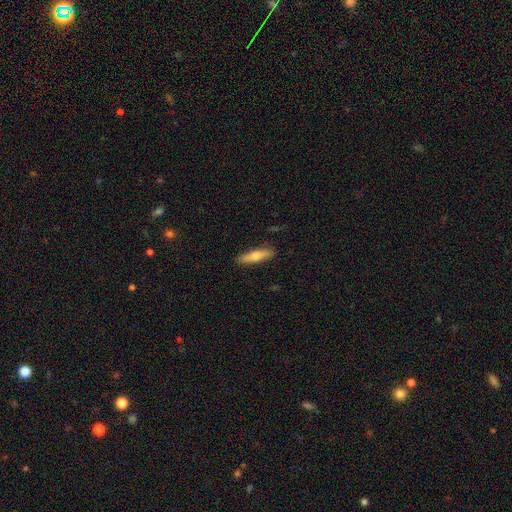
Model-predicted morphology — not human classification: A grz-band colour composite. It shows a smooth galaxy with no disk features (59%) that is cigar-shaped (77%). Merging: none (88%).